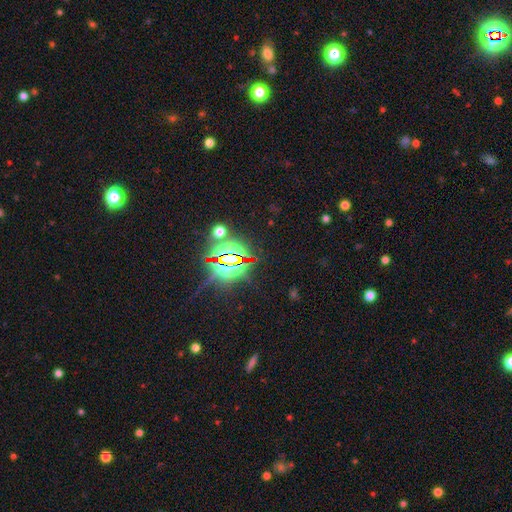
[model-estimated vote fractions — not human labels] Q: Smooth or featured?
A: star or artifact (82%); runner-up: smooth (11%)